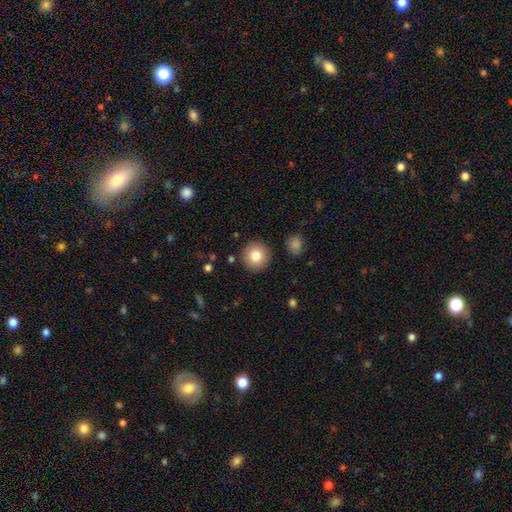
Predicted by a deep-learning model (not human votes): The model was most divided on "smooth or featured": smooth: 82%, featured or disk: 10%, star or artifact: 9%. More confident: how rounded — round (94%); merging — none (90%).